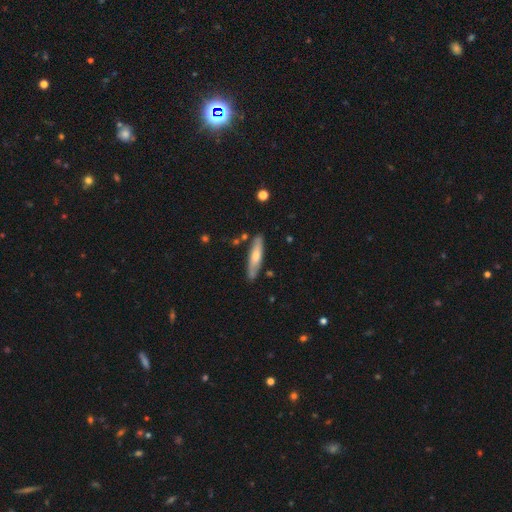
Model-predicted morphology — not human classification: smooth-or-featured: smooth: 52% | featured or disk: 42% | star or artifact: 6%
  how-rounded: cigar-shaped: 80% | in between: 19% | round: 2%
  merging: none: 82% | minor disturbance: 12% | merger: 3% | major disturbance: 2%